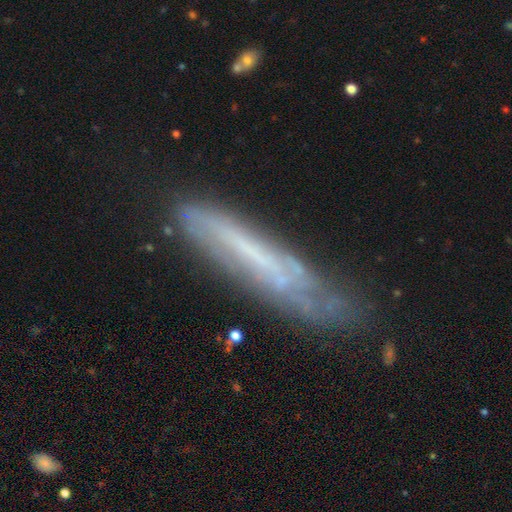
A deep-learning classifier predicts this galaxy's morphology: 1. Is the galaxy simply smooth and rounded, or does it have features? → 56% featured or disk, 35% smooth, 9% star or artifact.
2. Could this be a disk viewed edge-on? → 64% yes, 36% no.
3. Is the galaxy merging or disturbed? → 58% none, 27% minor disturbance, 11% major disturbance, 4% merger.